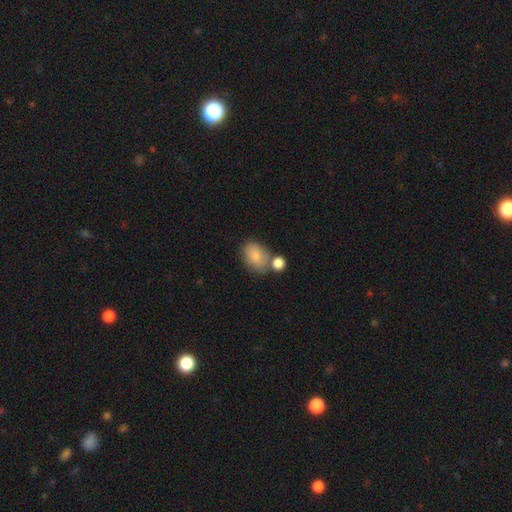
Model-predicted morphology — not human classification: Smooth or featured?
  - smooth: 83% *
  - featured or disk: 10%
  - star or artifact: 7%
How rounded?
  - in between: 72% *
  - round: 27%
  - cigar-shaped: 1%
Merging?
  - none: 50% *
  - merger: 25%
  - minor disturbance: 18%
  - major disturbance: 6%